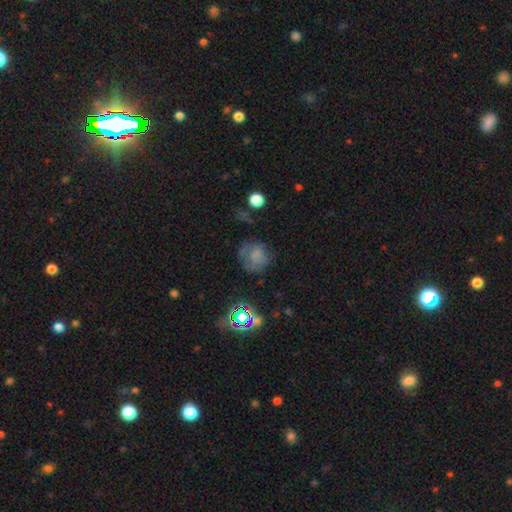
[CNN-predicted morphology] A smooth galaxy with no disk features (58%) that is round (80%). Merging: none (55%).